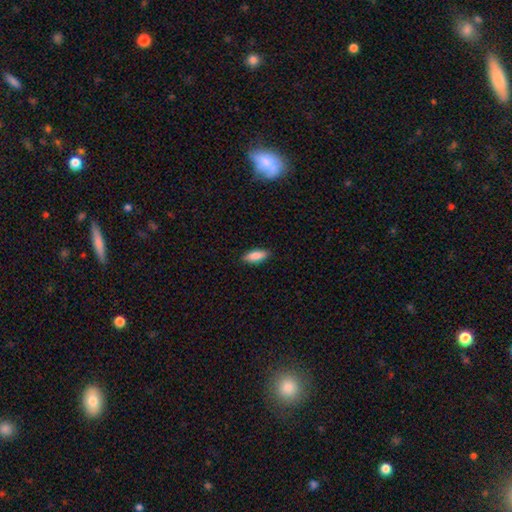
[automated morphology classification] Smooth or featured?
  - smooth: 87% *
  - featured or disk: 7%
  - star or artifact: 6%
How rounded?
  - in between: 76% *
  - cigar-shaped: 22%
  - round: 2%
Merging?
  - none: 89% *
  - minor disturbance: 9%
  - major disturbance: 2%
  - merger: 1%